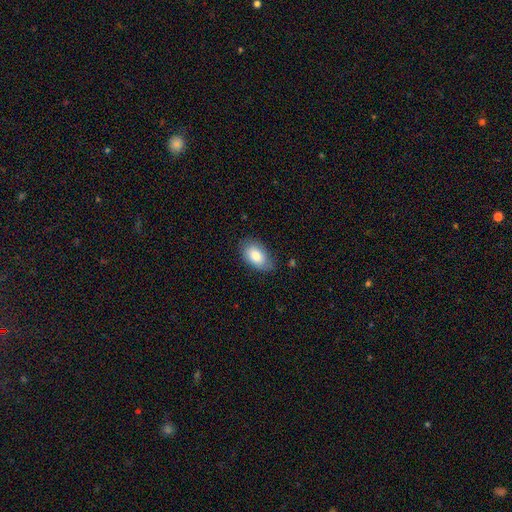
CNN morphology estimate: Smooth or featured: smooth — 82% (featured or disk — 11%)
How rounded: in between — 93% (round — 6%)
Merging: none — 75% (minor disturbance — 20%)